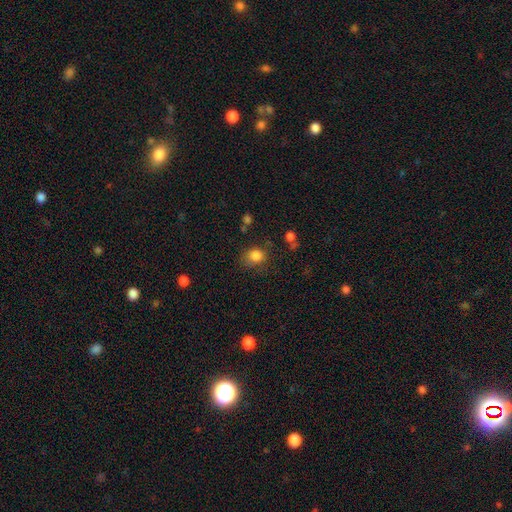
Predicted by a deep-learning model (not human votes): smooth-or-featured: smooth: 83% | star or artifact: 11% | featured or disk: 6%
  how-rounded: round: 65% | in between: 34% | cigar-shaped: 1%
  merging: none: 65% | minor disturbance: 22% | major disturbance: 9% | merger: 4%